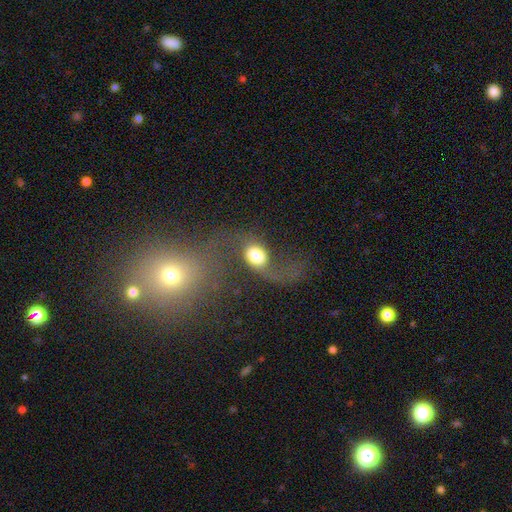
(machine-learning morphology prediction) A smooth galaxy with no disk features (48%). Merging: major disturbance (40%).